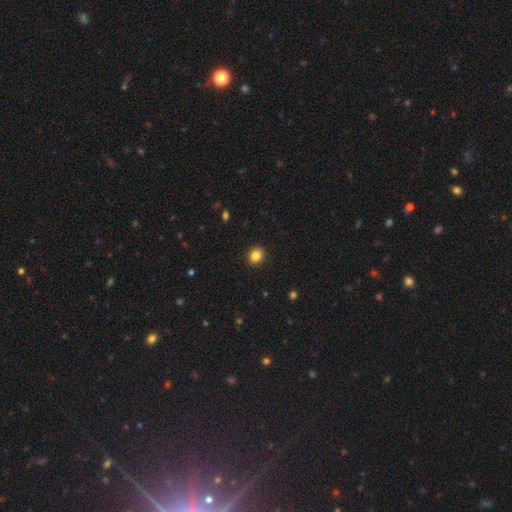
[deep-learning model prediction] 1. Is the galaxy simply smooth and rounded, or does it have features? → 85% smooth, 10% star or artifact, 5% featured or disk.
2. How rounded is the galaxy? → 62% round, 38% in between, 1% cigar-shaped.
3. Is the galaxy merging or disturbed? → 91% none, 6% minor disturbance, 2% major disturbance, 1% merger.